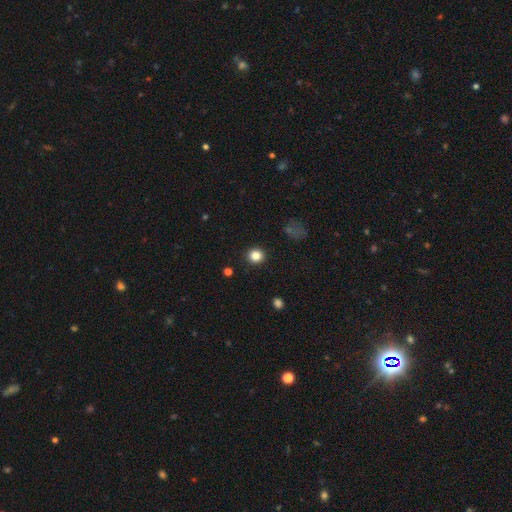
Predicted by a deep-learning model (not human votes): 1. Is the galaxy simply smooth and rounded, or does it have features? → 84% smooth, 11% star or artifact, 5% featured or disk.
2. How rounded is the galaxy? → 89% round, 10% in between, 1% cigar-shaped.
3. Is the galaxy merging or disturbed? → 92% none, 5% minor disturbance, 2% major disturbance, 1% merger.